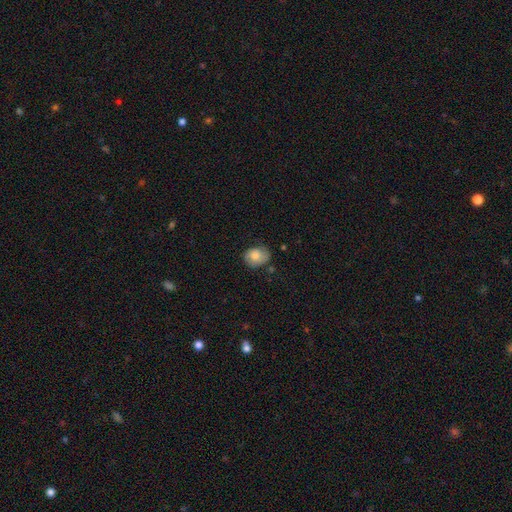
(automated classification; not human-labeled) A smooth galaxy with no disk features (71%) that is in between round and cigar-shaped (58%). Merging: none (62%).